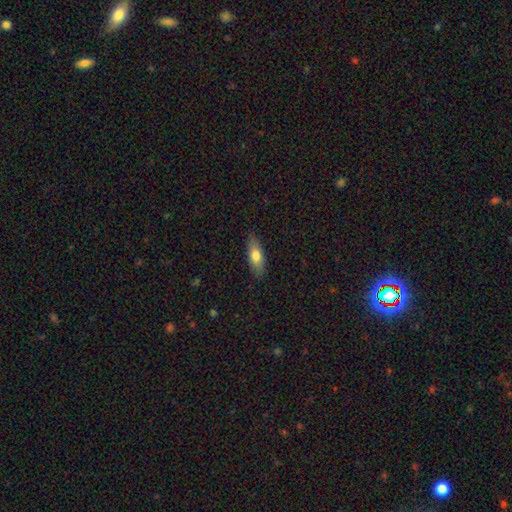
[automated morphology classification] smooth_or_featured: smooth (p=0.71) [alt: featured or disk p=0.22]
how_rounded: in between (p=0.65) [alt: cigar-shaped p=0.32]
merging: none (p=0.86) [alt: minor disturbance p=0.11]